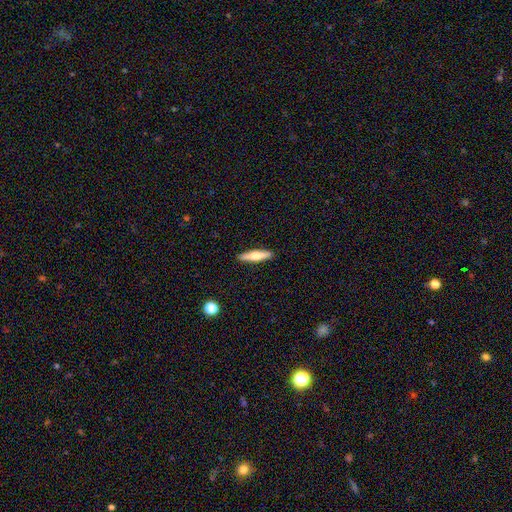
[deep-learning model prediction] smooth-or-featured: smooth: 52% | featured or disk: 42% | star or artifact: 6%
  how-rounded: cigar-shaped: 80% | in between: 19% | round: 2%
  merging: none: 91% | minor disturbance: 7% | major disturbance: 1% | merger: 1%